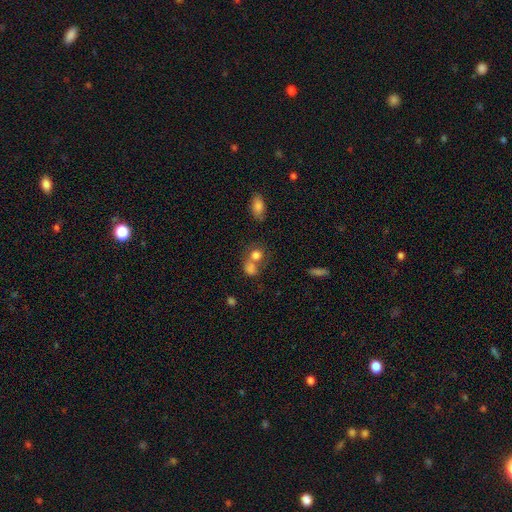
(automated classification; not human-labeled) This is likely a smooth galaxy (77%). How rounded: likely round (65%). Merging: possibly merger (50%).